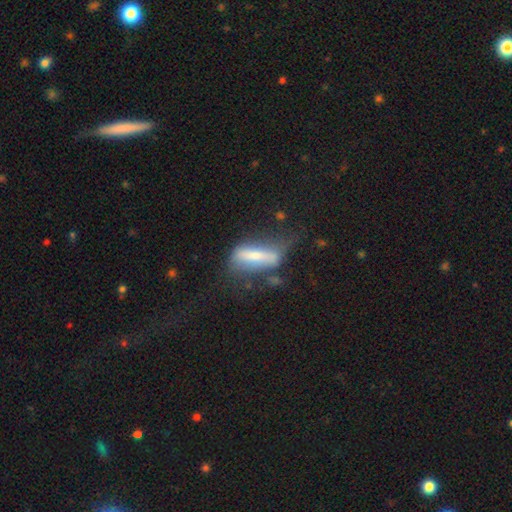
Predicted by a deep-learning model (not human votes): A smooth galaxy with no disk features (53%) that is cigar-shaped (51%). Merging: none (34%).